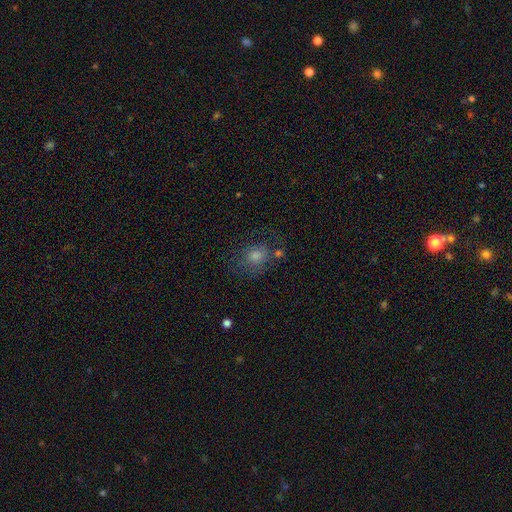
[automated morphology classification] Q: Smooth or featured?
A: smooth (54%); runner-up: star or artifact (23%)
Q: How rounded?
A: round (65%); runner-up: in between (34%)
Q: Merging?
A: none (62%); runner-up: minor disturbance (18%)